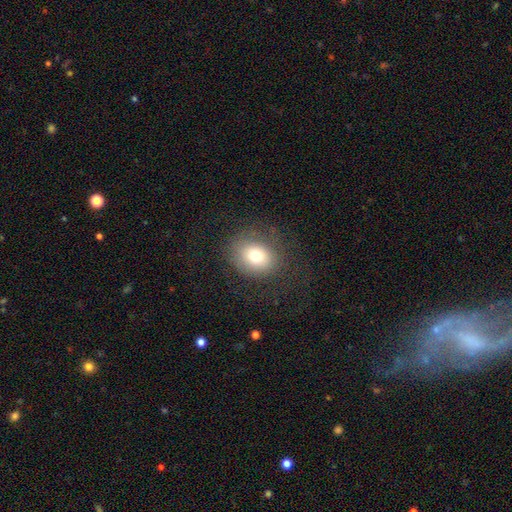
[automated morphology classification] Overall: smooth (74%). How rounded: round (64%; in between 35%). Merging: none (76%).